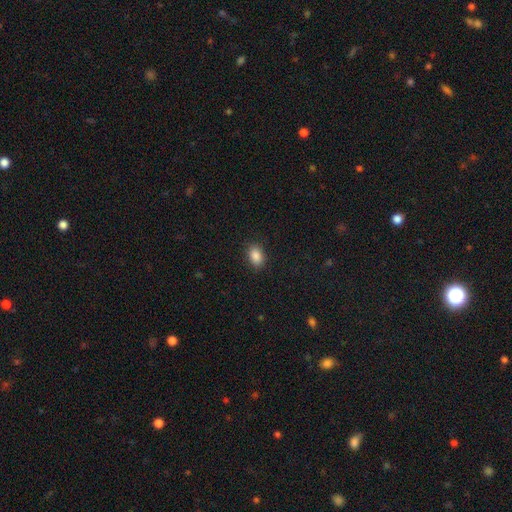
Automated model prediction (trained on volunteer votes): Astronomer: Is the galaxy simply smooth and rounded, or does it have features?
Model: smooth — 87%.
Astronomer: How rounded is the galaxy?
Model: in between — 79%.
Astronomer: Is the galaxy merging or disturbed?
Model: none — 88%.